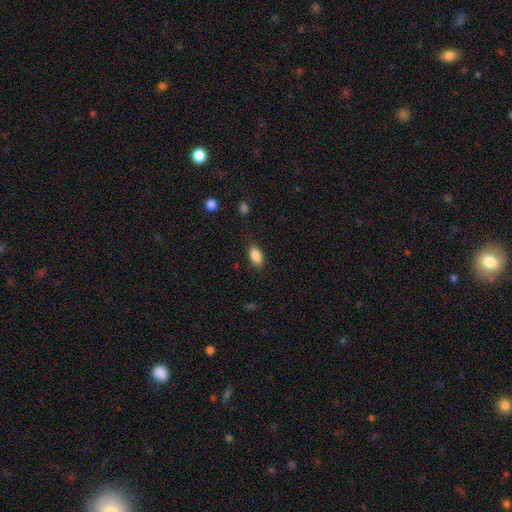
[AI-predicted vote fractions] This appears to be a smooth galaxy with no disk features (87%) that is in between round and cigar-shaped (90%). Merging: none (85%).